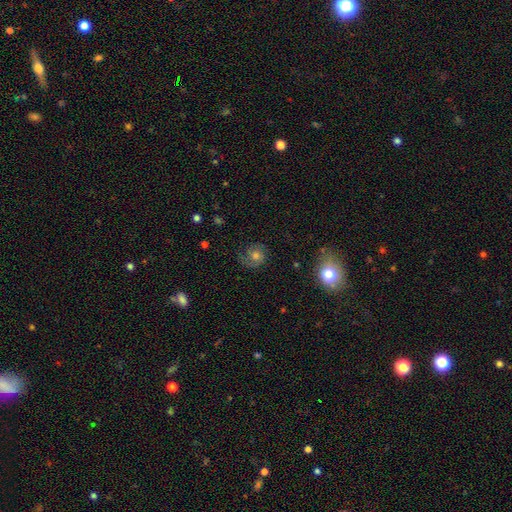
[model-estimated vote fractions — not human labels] This appears to be a featured or disk galaxy (49%). Merging: none (70%).